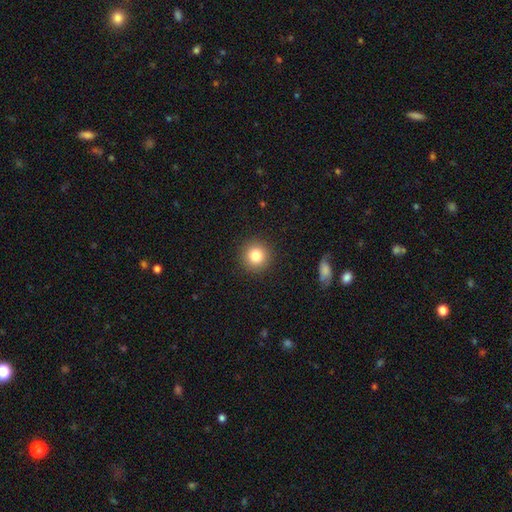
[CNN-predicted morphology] This is clearly a smooth galaxy (82%). How rounded: clearly round (94%). Merging: clearly none (91%).